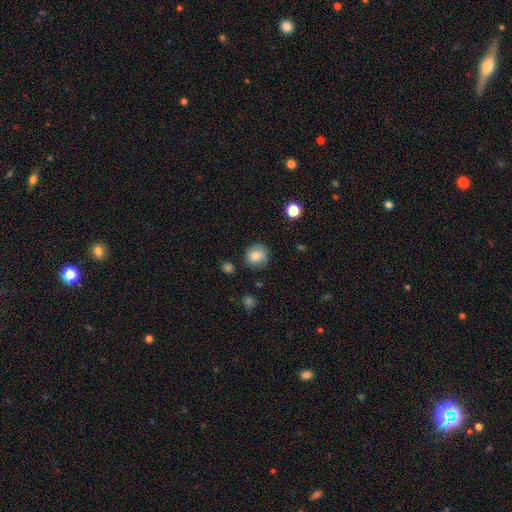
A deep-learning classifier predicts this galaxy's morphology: This appears to be a smooth galaxy with no disk features (77%) that is round (86%). Merging: none (71%).